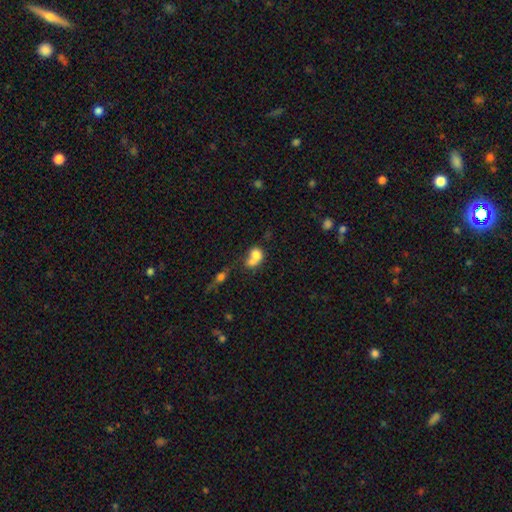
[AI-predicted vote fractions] A smooth galaxy with no disk features (72%) that is in between round and cigar-shaped (51%).

Vote fractions:
- Smooth or featured? smooth: 72% / featured or disk: 17% / star or artifact: 10%
- How rounded? in between: 51% / round: 47% / cigar-shaped: 2%
- Merging? merger: 63% / none: 21% / minor disturbance: 9% / major disturbance: 7%